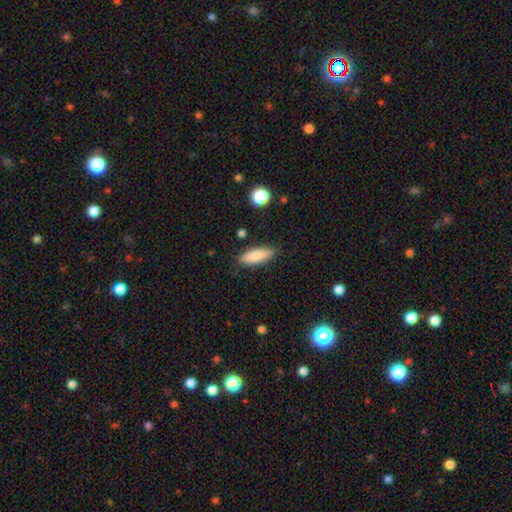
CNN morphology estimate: A smooth galaxy with no disk features (84%) that is in between round and cigar-shaped (53%).

Vote fractions:
- Smooth or featured? smooth: 84% / featured or disk: 9% / star or artifact: 7%
- How rounded? in between: 53% / cigar-shaped: 45% / round: 2%
- Merging? none: 86% / minor disturbance: 10% / major disturbance: 2% / merger: 2%